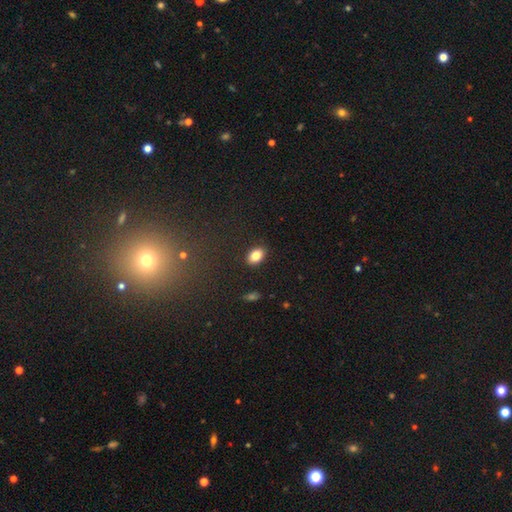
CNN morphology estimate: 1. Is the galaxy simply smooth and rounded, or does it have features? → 83% smooth, 9% star or artifact, 9% featured or disk.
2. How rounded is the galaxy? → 88% in between, 10% round, 2% cigar-shaped.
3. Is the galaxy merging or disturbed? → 88% none, 8% minor disturbance, 2% major disturbance, 1% merger.